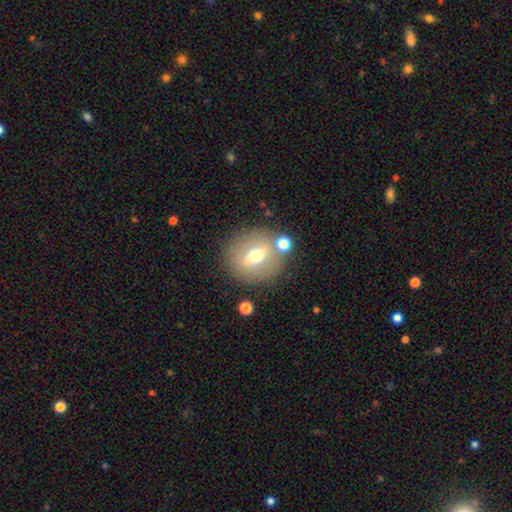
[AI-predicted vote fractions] This is possibly a smooth galaxy (51%). How rounded: likely round (78%). Merging: likely none (77%).